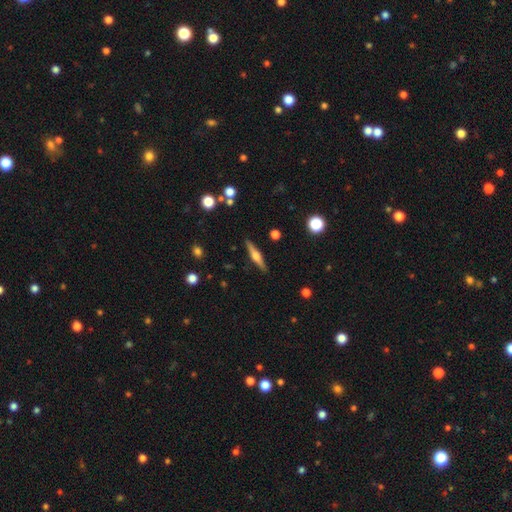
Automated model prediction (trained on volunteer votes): Q: Smooth or featured?
A: featured or disk (64%); runner-up: smooth (29%)
Q: Edge-on disk?
A: yes (97%); runner-up: no (3%)
Q: Edge-on bulge?
A: rounded (83%); runner-up: boxy (12%)
Q: Merging?
A: none (89%); runner-up: minor disturbance (8%)